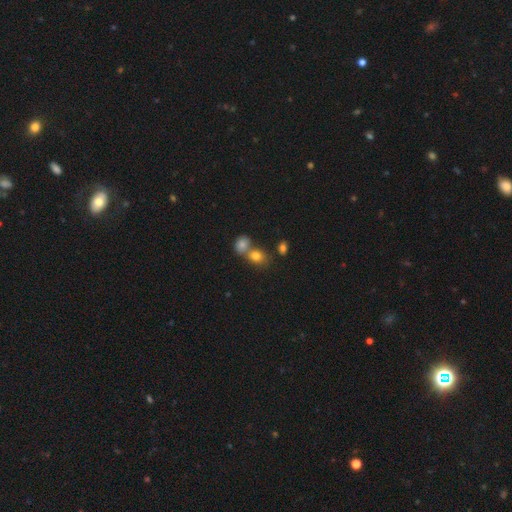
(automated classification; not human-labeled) smooth 78%, star or artifact 13%, featured or disk 9%. Down the decision tree: how rounded — round (57%); merging — merger (48%).